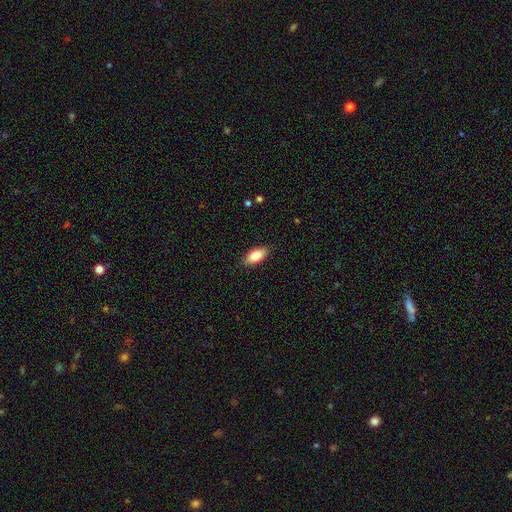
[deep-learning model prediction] This is clearly a smooth galaxy (82%). How rounded: clearly in between (88%). Merging: clearly none (88%).